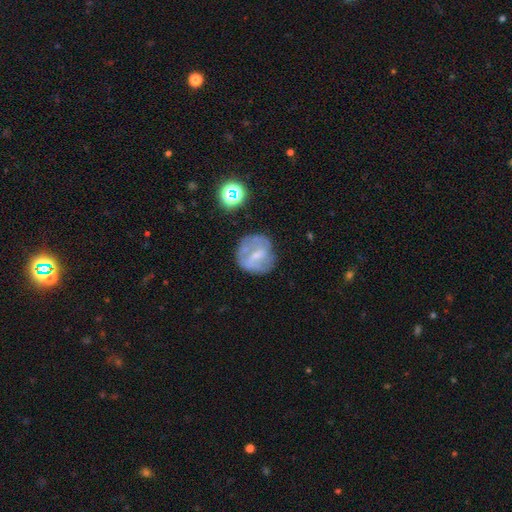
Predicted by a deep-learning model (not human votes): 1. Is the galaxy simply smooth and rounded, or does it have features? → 54% featured or disk, 37% smooth, 10% star or artifact.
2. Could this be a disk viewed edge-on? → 97% no, 3% yes.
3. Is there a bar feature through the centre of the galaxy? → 49% weak, 31% no, 20% strong.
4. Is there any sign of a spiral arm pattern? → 55% yes, 45% no.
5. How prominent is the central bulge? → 52% small, 28% moderate, 18% none, 2% large, 1% dominant.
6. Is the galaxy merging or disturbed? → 64% none, 21% minor disturbance, 12% major disturbance, 3% merger.